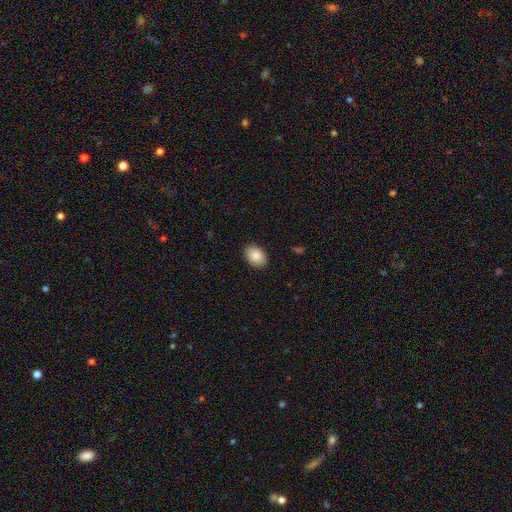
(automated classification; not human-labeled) smooth-or-featured: smooth: 89% | star or artifact: 7% | featured or disk: 4%
  how-rounded: in between: 79% | round: 20% | cigar-shaped: 1%
  merging: none: 89% | minor disturbance: 8% | major disturbance: 2% | merger: 1%